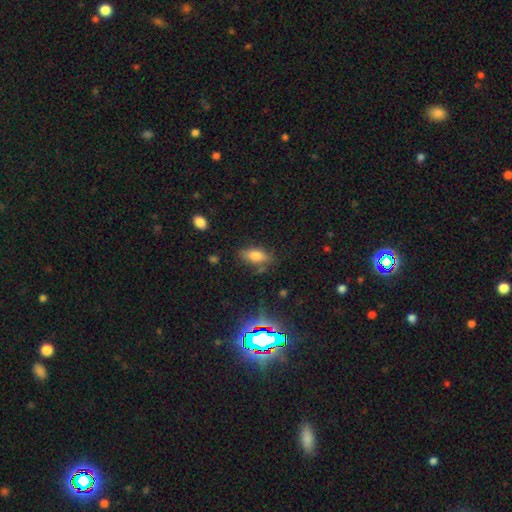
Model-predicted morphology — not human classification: Smooth or featured?
  - smooth: 76% *
  - star or artifact: 12%
  - featured or disk: 12%
How rounded?
  - in between: 85% *
  - cigar-shaped: 10%
  - round: 5%
Merging?
  - none: 74% *
  - minor disturbance: 17%
  - major disturbance: 5%
  - merger: 5%